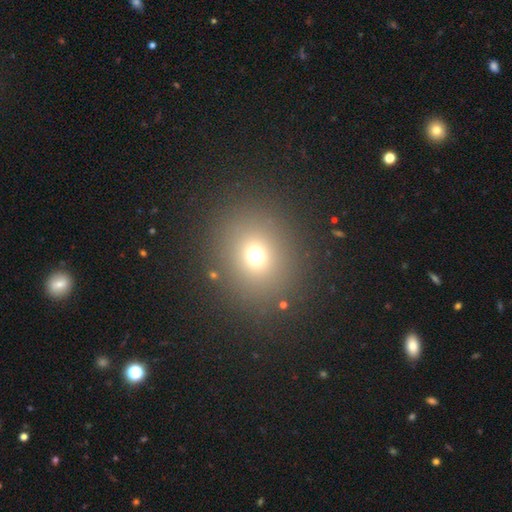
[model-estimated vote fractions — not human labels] Q: Smooth or featured?
A: smooth (68%); runner-up: star or artifact (24%)
Q: How rounded?
A: round (77%); runner-up: in between (22%)
Q: Merging?
A: none (85%); runner-up: minor disturbance (7%)